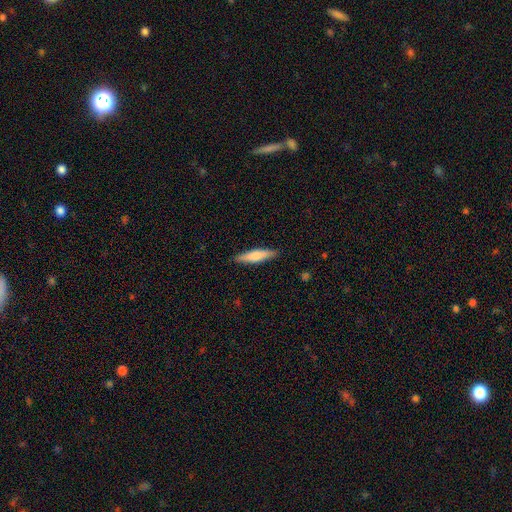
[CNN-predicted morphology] Smooth or featured? Predicted: smooth (p=0.71). How rounded? Predicted: cigar-shaped (p=0.80). Merging? Predicted: none (p=0.89).